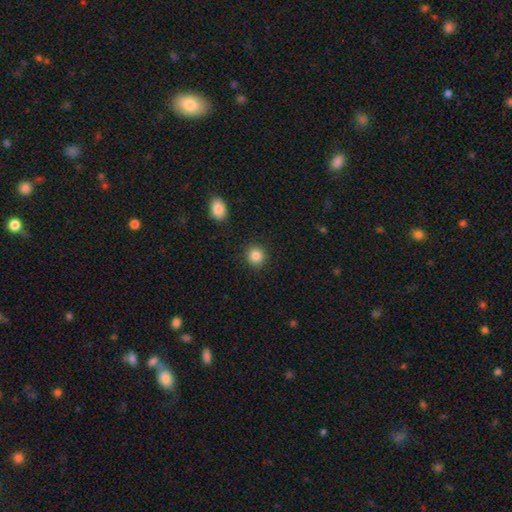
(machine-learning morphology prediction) smooth 86%, star or artifact 10%, featured or disk 4%. Down the decision tree: how rounded — round (89%); merging — none (90%).